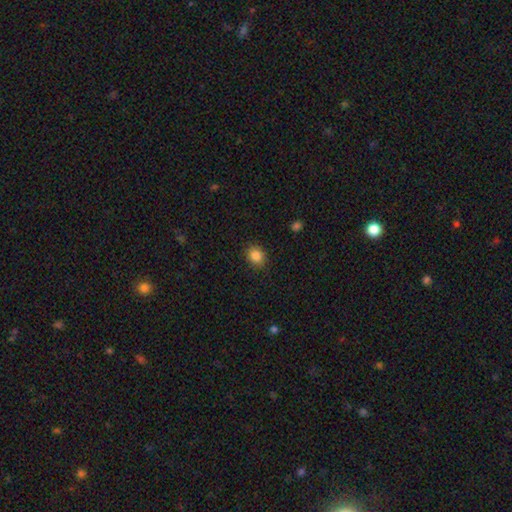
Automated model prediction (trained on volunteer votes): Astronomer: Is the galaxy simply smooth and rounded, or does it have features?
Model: smooth — 86%.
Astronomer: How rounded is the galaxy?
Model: round — 61% (runner-up: in between, 38%).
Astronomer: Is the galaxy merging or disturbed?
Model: none — 88%.